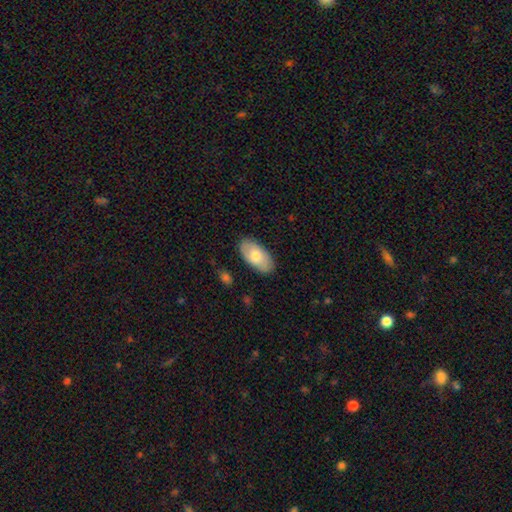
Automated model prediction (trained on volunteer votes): smooth 73%, featured or disk 21%, star or artifact 5%. Down the decision tree: how rounded — in between (95%); merging — none (85%).